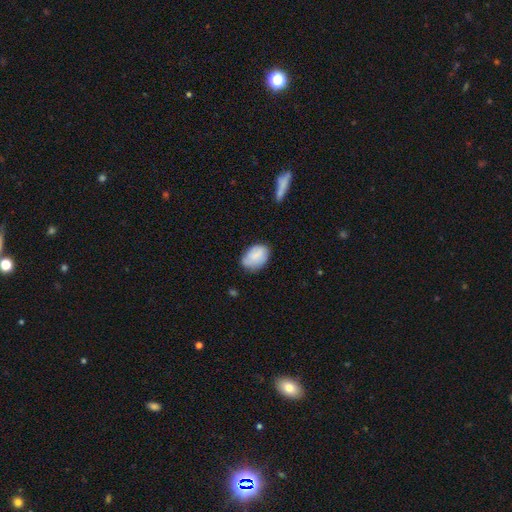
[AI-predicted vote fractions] Smooth or featured: smooth — 77% (featured or disk — 16%)
How rounded: in between — 81% (round — 17%)
Merging: none — 61% (minor disturbance — 30%)